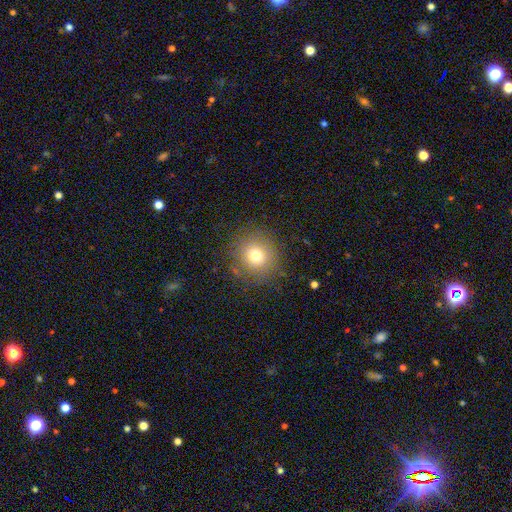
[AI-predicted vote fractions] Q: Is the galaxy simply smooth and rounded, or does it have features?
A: smooth — 74%.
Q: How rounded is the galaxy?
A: round — 90%.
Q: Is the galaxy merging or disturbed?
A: none — 85%.